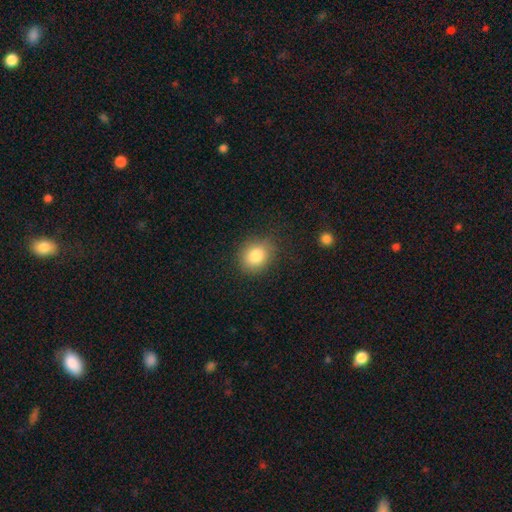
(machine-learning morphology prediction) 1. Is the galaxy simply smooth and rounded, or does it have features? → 83% smooth, 10% star or artifact, 8% featured or disk.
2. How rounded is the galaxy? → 64% round, 35% in between, 1% cigar-shaped.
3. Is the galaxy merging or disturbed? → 80% none, 15% minor disturbance, 4% major disturbance, 1% merger.